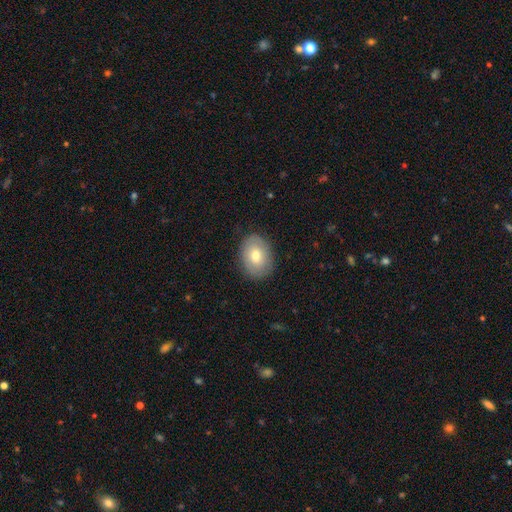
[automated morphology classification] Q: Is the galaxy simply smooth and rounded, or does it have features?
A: smooth — 68%.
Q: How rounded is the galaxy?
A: in between — 65%.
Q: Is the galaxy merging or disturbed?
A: none — 86%.